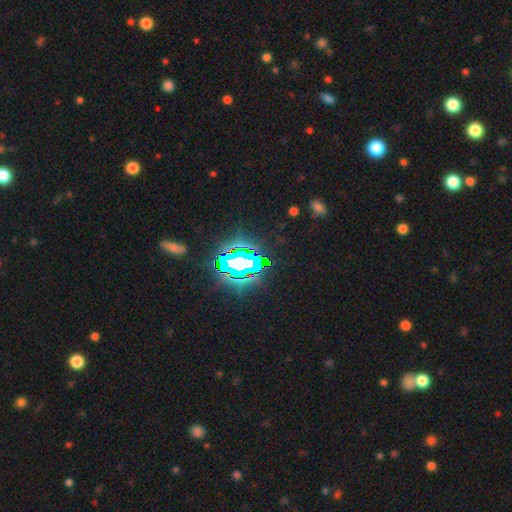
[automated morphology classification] Smooth or featured: star or artifact — 81% (smooth — 11%)